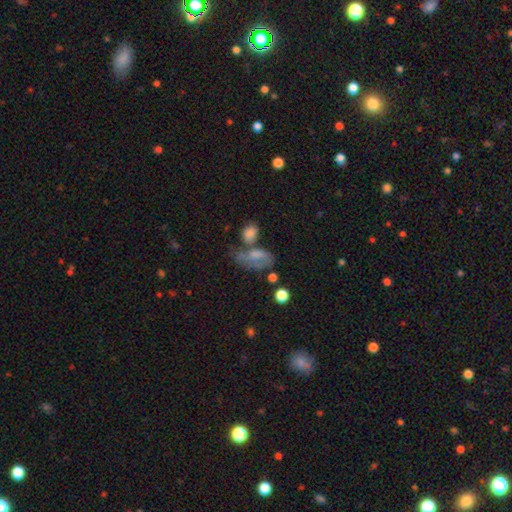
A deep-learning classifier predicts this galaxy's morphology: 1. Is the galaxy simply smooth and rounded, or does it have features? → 59% smooth, 29% featured or disk, 12% star or artifact.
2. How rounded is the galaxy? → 85% in between, 10% round, 4% cigar-shaped.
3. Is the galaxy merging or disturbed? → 27% none, 26% merger, 25% major disturbance, 22% minor disturbance.